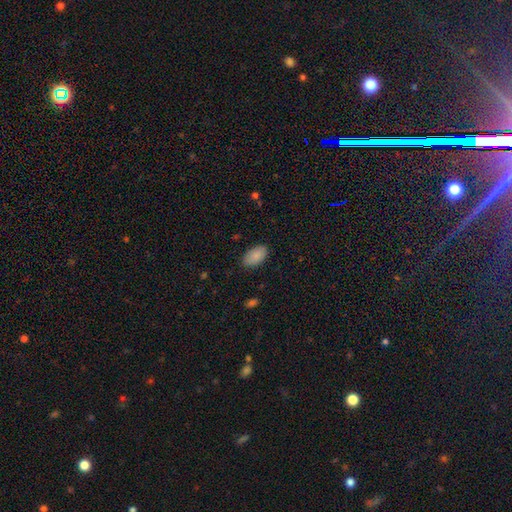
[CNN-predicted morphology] smooth_or_featured: smooth (p=0.89) [alt: star or artifact p=0.07]
how_rounded: in between (p=0.95) [alt: round p=0.03]
merging: none (p=0.86) [alt: minor disturbance p=0.10]